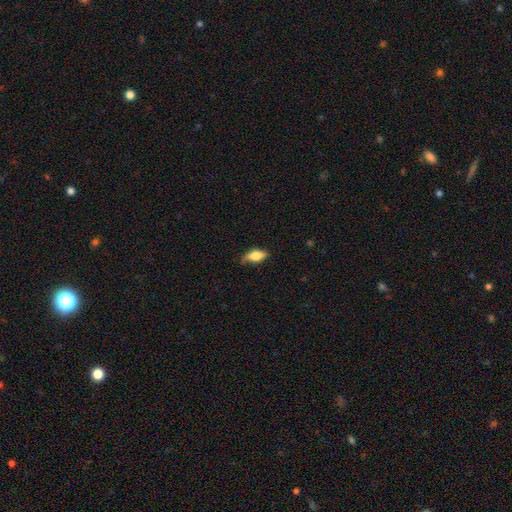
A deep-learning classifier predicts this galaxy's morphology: A smooth galaxy with no disk features (72%) that is in between round and cigar-shaped (82%). Merging: none (64%).